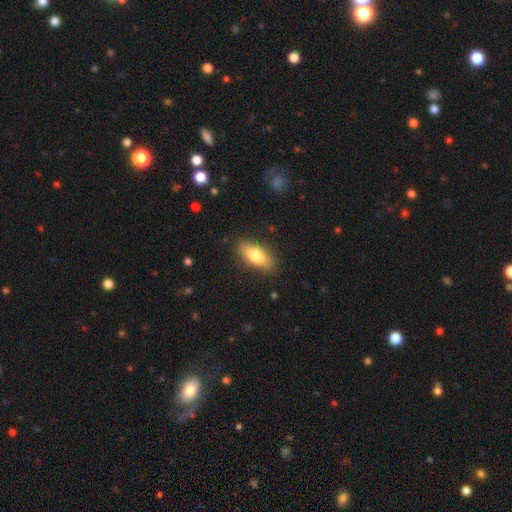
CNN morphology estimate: Overall: smooth (77%). How rounded: in between (80%). Merging: none (86%).